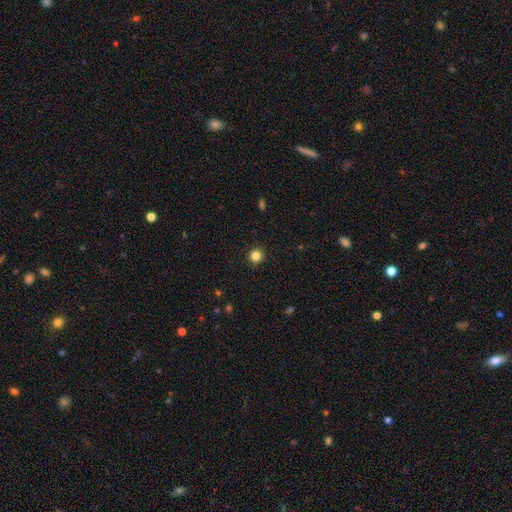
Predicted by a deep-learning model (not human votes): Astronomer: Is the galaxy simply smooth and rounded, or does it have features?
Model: smooth — 84%.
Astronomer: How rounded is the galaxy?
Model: round — 94%.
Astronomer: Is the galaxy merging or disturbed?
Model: none — 93%.